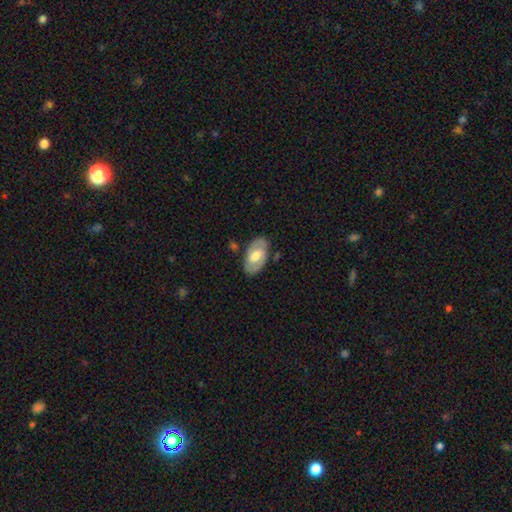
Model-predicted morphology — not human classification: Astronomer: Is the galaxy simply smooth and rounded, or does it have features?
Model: featured or disk — 56% (runner-up: smooth, 39%).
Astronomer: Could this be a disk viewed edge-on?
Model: no — 92%.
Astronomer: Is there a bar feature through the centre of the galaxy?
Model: weak — 44% (runner-up: no, 34%).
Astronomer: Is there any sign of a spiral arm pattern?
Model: yes — 52% (runner-up: no, 48%).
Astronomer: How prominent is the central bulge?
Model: moderate — 61%.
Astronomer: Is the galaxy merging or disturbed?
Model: none — 80%.